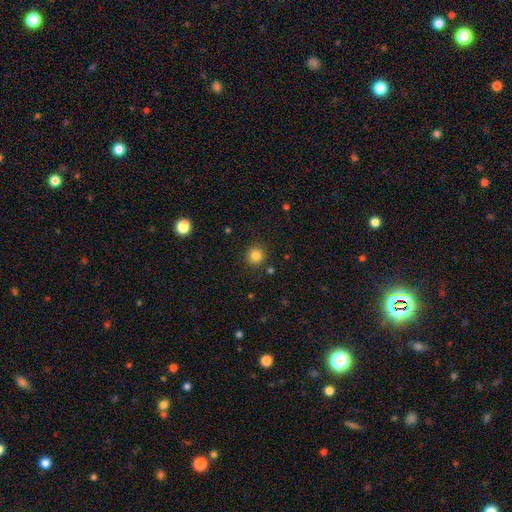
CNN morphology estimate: Smooth or featured? smooth (83%)
How rounded? round (94%)
Merging? none (89%)